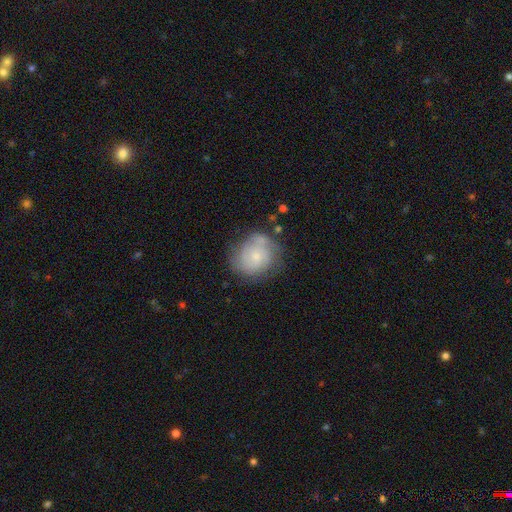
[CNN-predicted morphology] This appears to be a featured or disk galaxy (48%). Merging: none (61%).